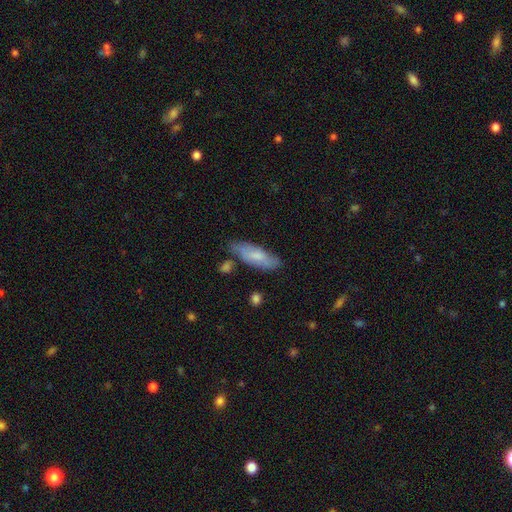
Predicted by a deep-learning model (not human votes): smooth_or_featured: smooth (p=0.66) [alt: featured or disk p=0.28]
how_rounded: in between (p=0.59) [alt: cigar-shaped p=0.39]
merging: none (p=0.67) [alt: minor disturbance p=0.22]